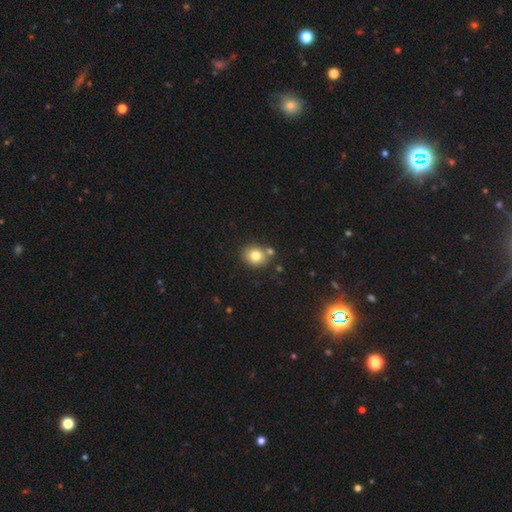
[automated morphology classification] type=smooth (79%); roundness=round (64%); merging=none (73%).